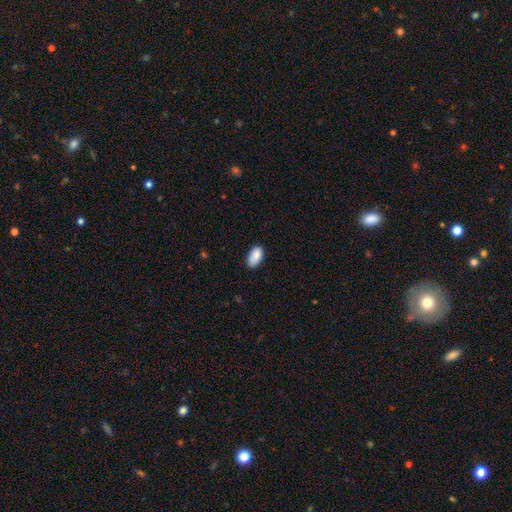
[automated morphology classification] Smooth or featured: smooth — 87% (star or artifact — 7%)
How rounded: in between — 94% (round — 4%)
Merging: none — 79% (minor disturbance — 17%)